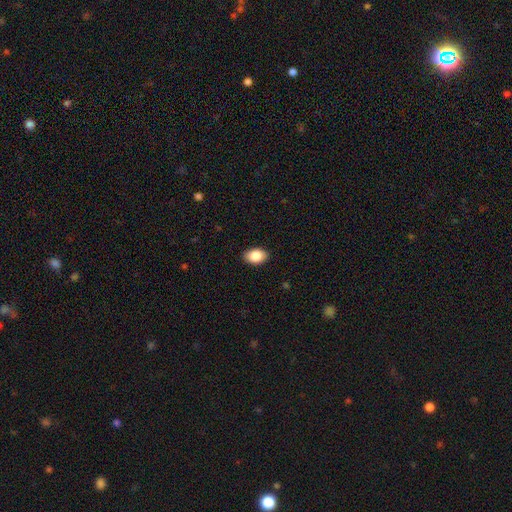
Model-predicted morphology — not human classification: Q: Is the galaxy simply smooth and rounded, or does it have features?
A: smooth — 88%.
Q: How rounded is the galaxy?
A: in between — 87%.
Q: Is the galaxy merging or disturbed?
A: none — 89%.